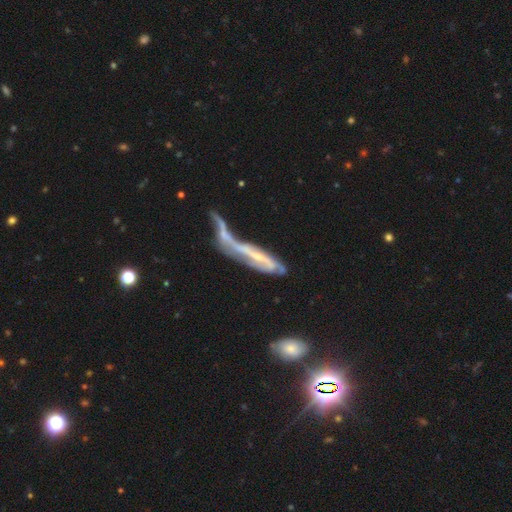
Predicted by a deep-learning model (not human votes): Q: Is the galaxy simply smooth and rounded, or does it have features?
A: featured or disk — 70%.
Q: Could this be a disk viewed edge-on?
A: no — 60%.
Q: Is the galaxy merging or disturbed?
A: merger — 46%.